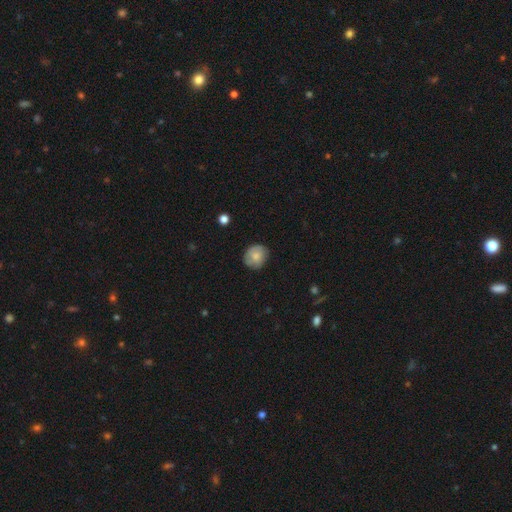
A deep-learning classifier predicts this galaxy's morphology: Smooth or featured? smooth (78%)
How rounded? round (82%)
Merging? none (79%)